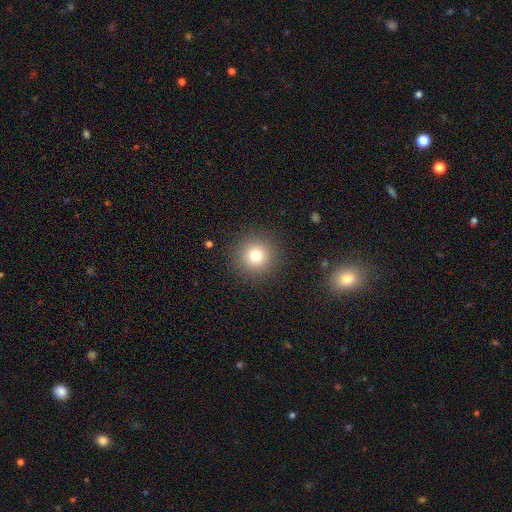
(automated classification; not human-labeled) Q: Smooth or featured?
A: smooth (76%); runner-up: star or artifact (15%)
Q: How rounded?
A: round (95%); runner-up: in between (4%)
Q: Merging?
A: none (91%); runner-up: minor disturbance (6%)